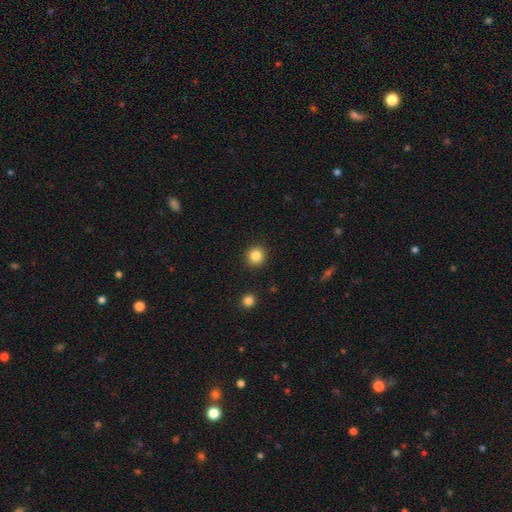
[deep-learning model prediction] This appears to be a smooth galaxy with no disk features (85%) that is round (91%). Merging: none (91%).